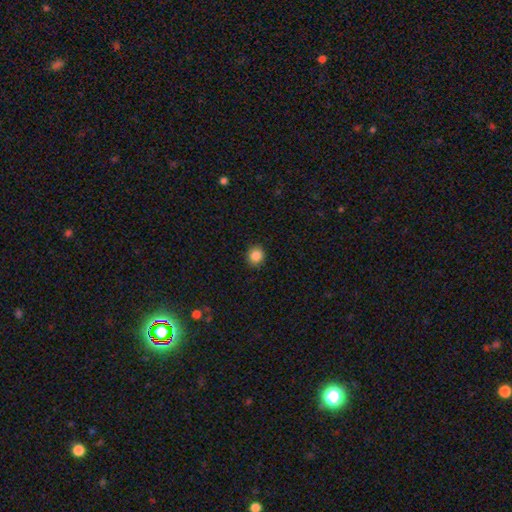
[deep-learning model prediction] Q: Smooth or featured?
A: smooth (86%); runner-up: star or artifact (10%)
Q: How rounded?
A: round (82%); runner-up: in between (17%)
Q: Merging?
A: none (90%); runner-up: minor disturbance (7%)